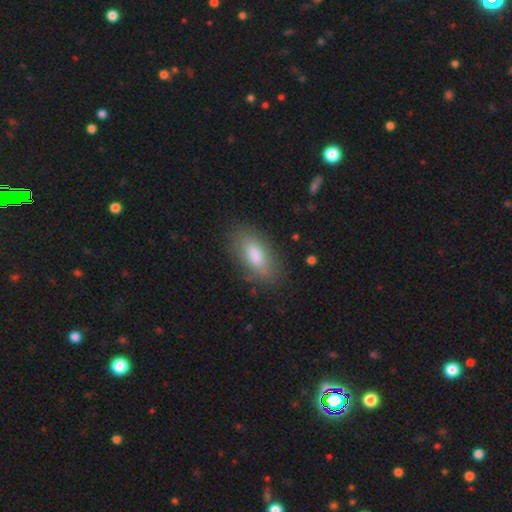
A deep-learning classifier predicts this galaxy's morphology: smooth-or-featured: smooth: 79% | featured or disk: 14% | star or artifact: 7%
  how-rounded: in between: 85% | cigar-shaped: 12% | round: 3%
  merging: none: 81% | minor disturbance: 14% | major disturbance: 4% | merger: 1%